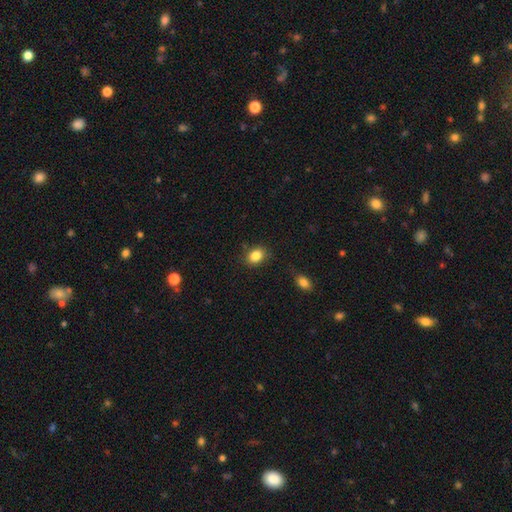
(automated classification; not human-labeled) Q: Smooth or featured?
A: smooth (85%); runner-up: star or artifact (9%)
Q: How rounded?
A: in between (64%); runner-up: round (34%)
Q: Merging?
A: none (83%); runner-up: minor disturbance (11%)